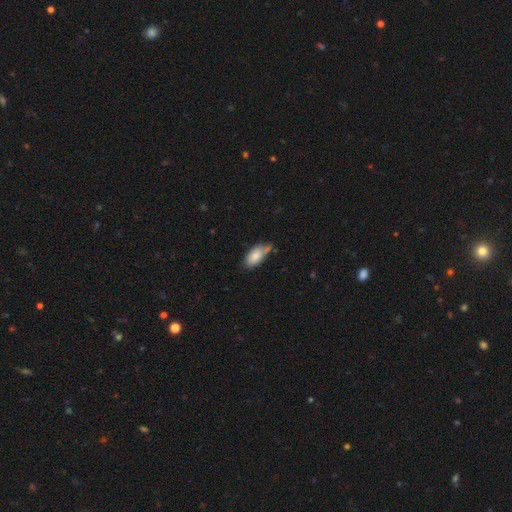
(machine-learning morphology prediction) Smooth or featured? Predicted: smooth (p=0.84). How rounded? Predicted: in between (p=0.91). Merging? Predicted: none (p=0.51).